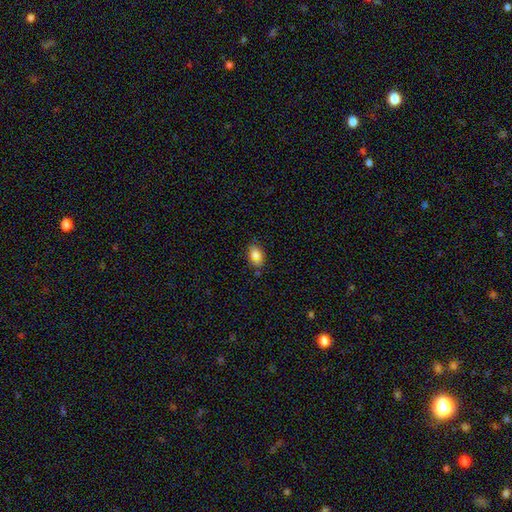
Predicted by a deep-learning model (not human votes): Smooth or featured? Predicted: smooth (p=0.83). How rounded? Predicted: in between (p=0.85). Merging? Predicted: none (p=0.80).